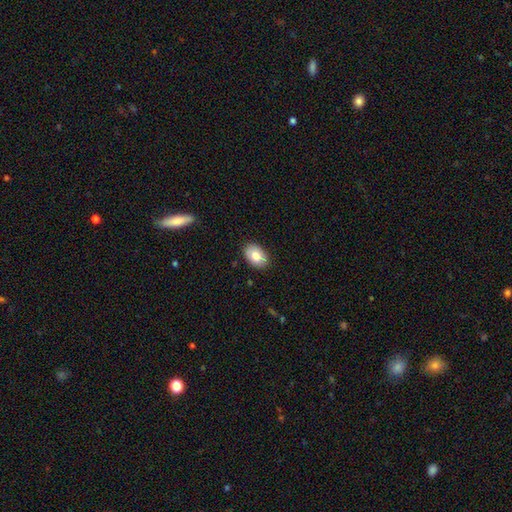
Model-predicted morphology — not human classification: Q: Smooth or featured?
A: smooth (81%); runner-up: featured or disk (12%)
Q: How rounded?
A: in between (84%); runner-up: round (15%)
Q: Merging?
A: none (87%); runner-up: minor disturbance (10%)